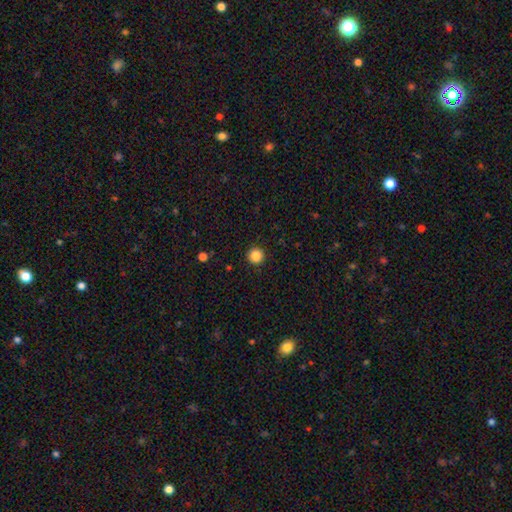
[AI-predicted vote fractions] This appears to be a smooth galaxy with no disk features (86%) that is round (96%). Merging: none (92%).